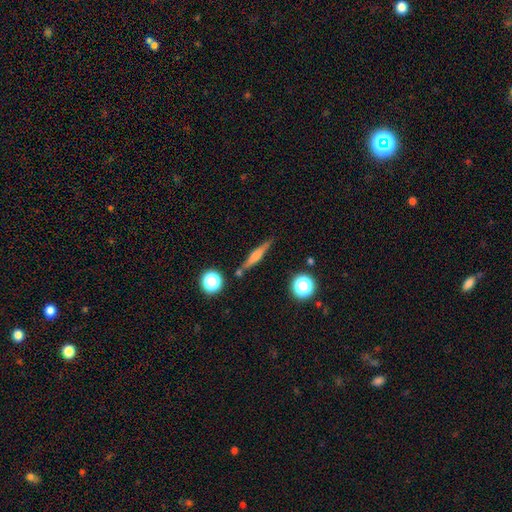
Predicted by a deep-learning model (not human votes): A featured or disk galaxy (53%) viewed edge-on (95%) with a rounded central bulge (66%). Merging: none (84%).